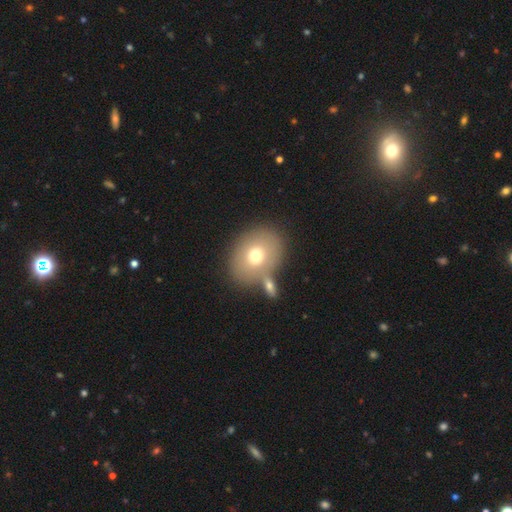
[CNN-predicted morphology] Overall: smooth (69%). How rounded: in between (54%; round 45%). Merging: none (61%; merger 23%).